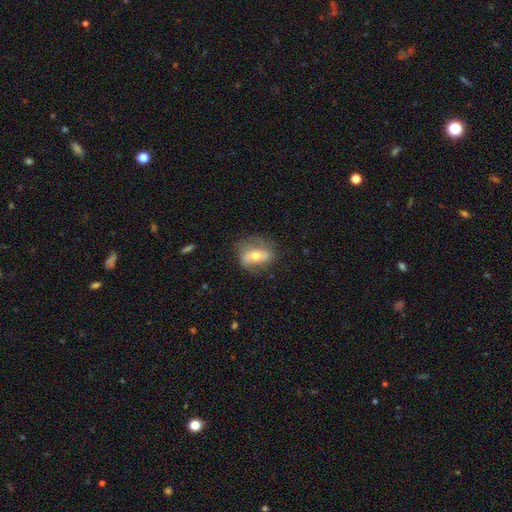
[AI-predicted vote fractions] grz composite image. It shows a featured or disk galaxy (54%). Merging: none (67%).